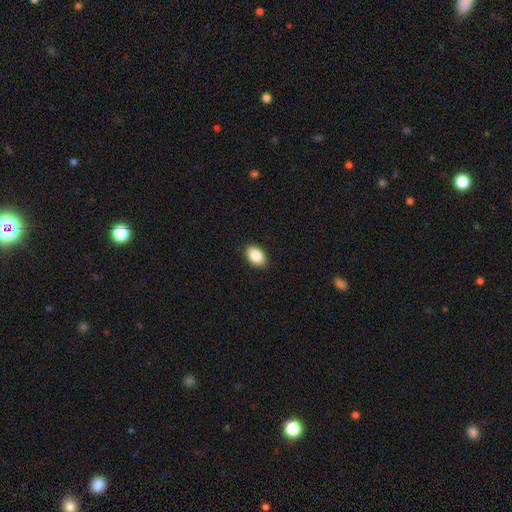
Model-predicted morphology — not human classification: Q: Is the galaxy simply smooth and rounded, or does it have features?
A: smooth — 86%.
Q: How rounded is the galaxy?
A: in between — 89%.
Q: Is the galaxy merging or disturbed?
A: none — 89%.